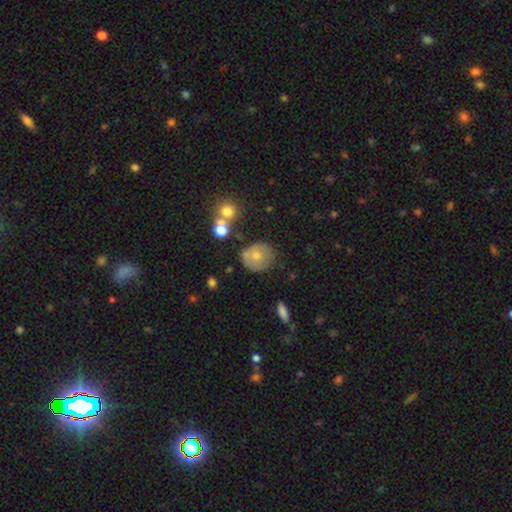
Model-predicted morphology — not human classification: Q: Smooth or featured?
A: smooth (62%); runner-up: featured or disk (28%)
Q: How rounded?
A: round (77%); runner-up: in between (22%)
Q: Merging?
A: none (62%); runner-up: minor disturbance (24%)